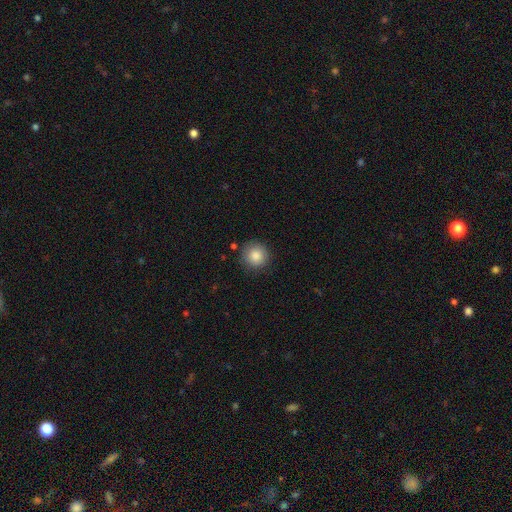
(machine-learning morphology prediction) This appears to be a smooth galaxy with no disk features (86%) that is round (94%). Merging: none (87%).